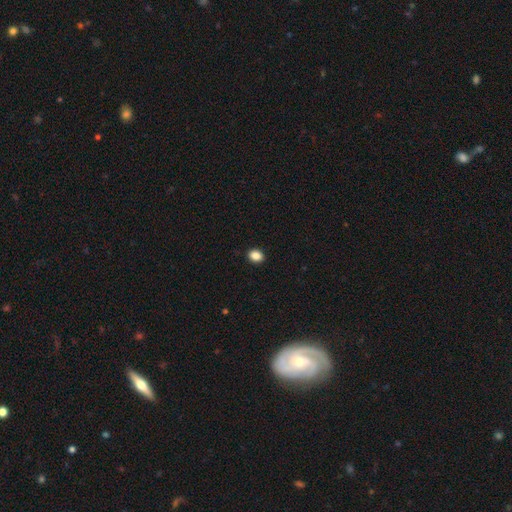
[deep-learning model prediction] Overall: smooth (87%). How rounded: in between (62%; round 37%). Merging: none (91%).